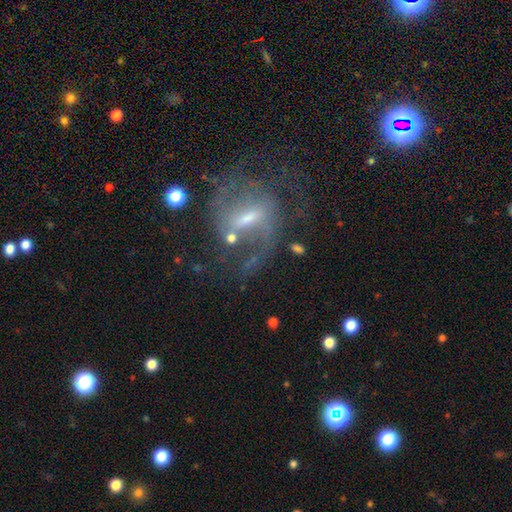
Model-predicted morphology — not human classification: smooth_or_featured: featured or disk (p=0.77) [alt: star or artifact p=0.13]
disk_edge_on: no (p=0.94) [alt: yes p=0.06]
bar: weak (p=0.49) [alt: strong p=0.35]
has_spiral_arms: yes (p=0.89) [alt: no p=0.11]
spiral_winding: medium (p=0.47) [alt: loose p=0.31]
spiral_arm_count: 2 (p=0.64) [alt: can't tell p=0.19]
bulge_size: small (p=0.50) [alt: moderate p=0.35]
merging: none (p=0.58) [alt: major disturbance p=0.19]